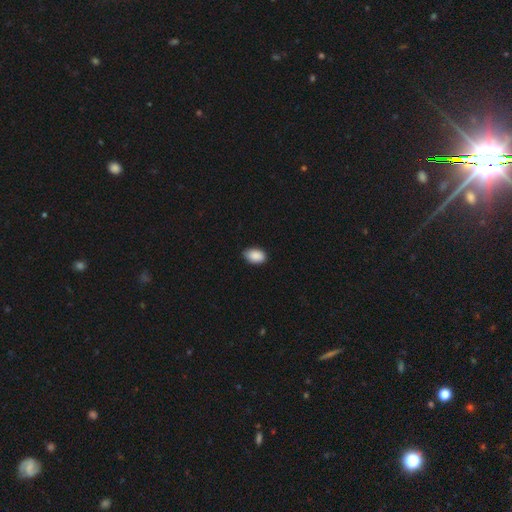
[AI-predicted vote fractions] Smooth or featured? smooth (90%)
How rounded? in between (90%)
Merging? none (80%)